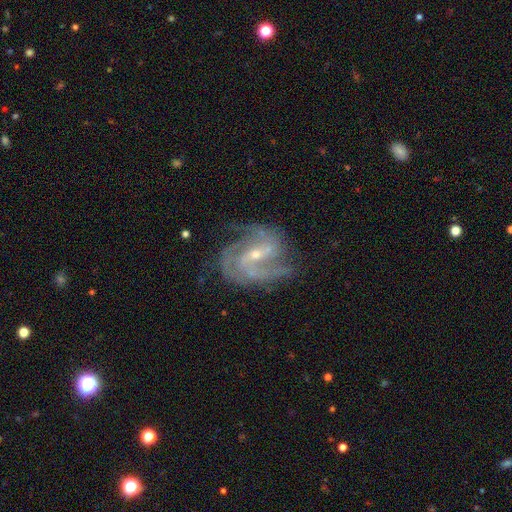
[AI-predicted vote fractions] smooth_or_featured: featured or disk (p=0.88) [alt: star or artifact p=0.07]
disk_edge_on: no (p=0.97) [alt: yes p=0.03]
bar: strong (p=0.42) [alt: weak p=0.41]
has_spiral_arms: yes (p=0.97) [alt: no p=0.03]
spiral_winding: medium (p=0.50) [alt: tight p=0.37]
spiral_arm_count: 2 (p=0.40) [alt: 3 p=0.29]
bulge_size: small (p=0.65) [alt: moderate p=0.31]
merging: none (p=0.69) [alt: minor disturbance p=0.19]